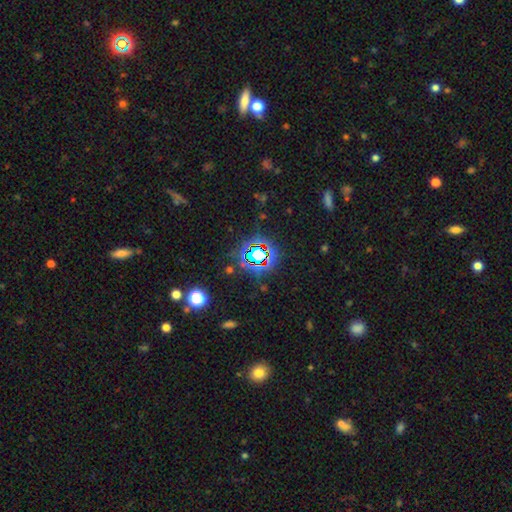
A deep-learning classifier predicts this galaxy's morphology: smooth_or_featured: star or artifact (p=0.73) [alt: smooth p=0.17]